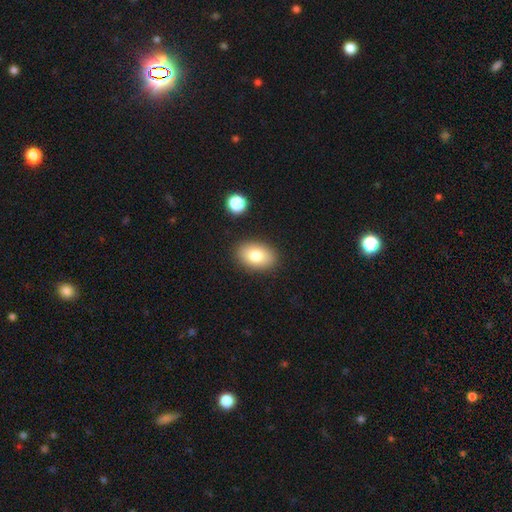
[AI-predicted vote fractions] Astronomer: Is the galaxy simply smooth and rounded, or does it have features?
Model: smooth — 79%.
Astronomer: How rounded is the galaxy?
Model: in between — 86%.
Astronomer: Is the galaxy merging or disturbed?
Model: none — 87%.